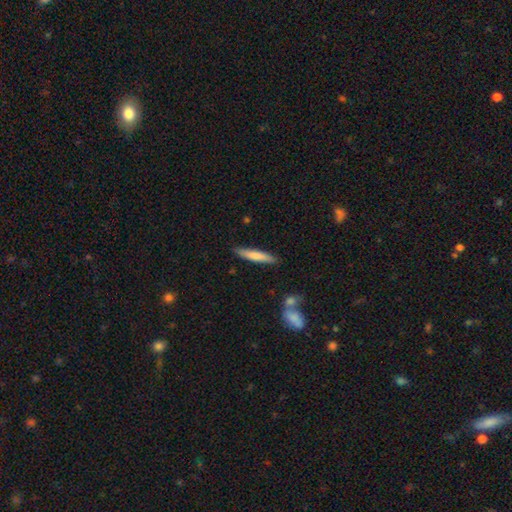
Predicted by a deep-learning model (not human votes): The model was most divided on "smooth or featured": smooth: 73%, featured or disk: 21%, star or artifact: 5%. More confident: how rounded — cigar-shaped (90%); merging — none (85%).